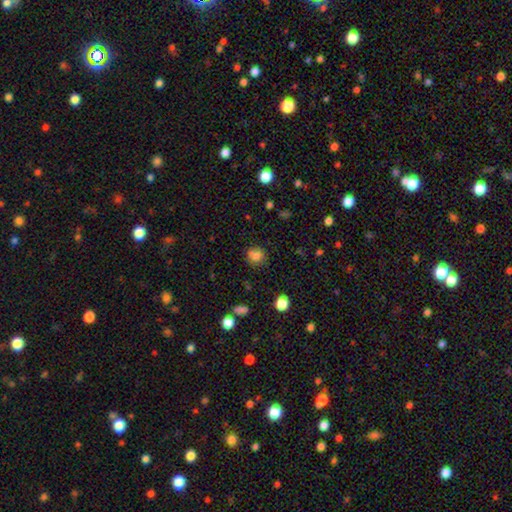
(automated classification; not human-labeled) Q: Smooth or featured?
A: smooth (78%); runner-up: star or artifact (13%)
Q: How rounded?
A: round (83%); runner-up: in between (16%)
Q: Merging?
A: none (72%); runner-up: minor disturbance (14%)